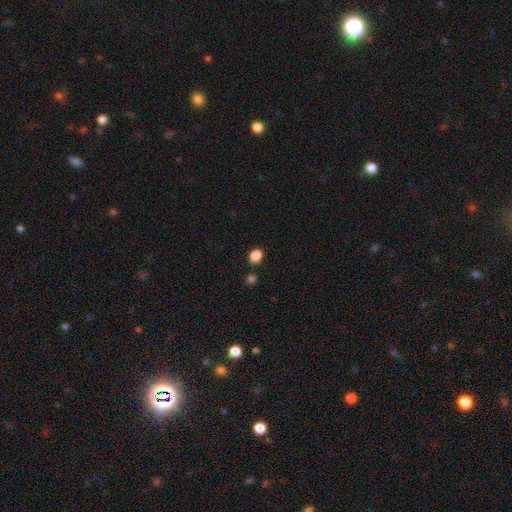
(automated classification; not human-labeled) smooth-or-featured: smooth: 87% | star or artifact: 10% | featured or disk: 3%
  how-rounded: round: 57% | in between: 42% | cigar-shaped: 1%
  merging: none: 83% | minor disturbance: 9% | merger: 6% | major disturbance: 3%